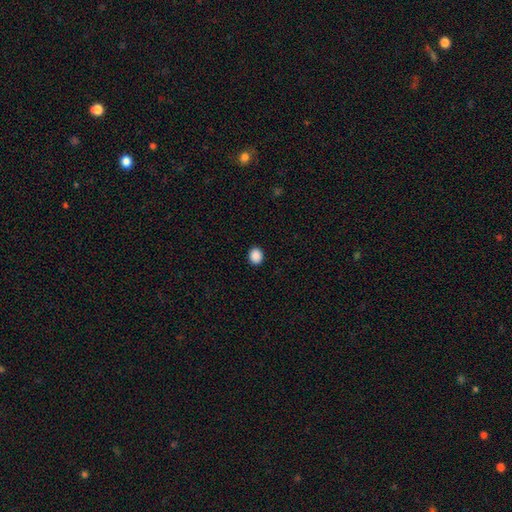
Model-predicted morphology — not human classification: smooth-or-featured: smooth: 89% | star or artifact: 9% | featured or disk: 2%
  how-rounded: round: 66% | in between: 33% | cigar-shaped: 1%
  merging: none: 92% | minor disturbance: 5% | major disturbance: 2% | merger: 1%